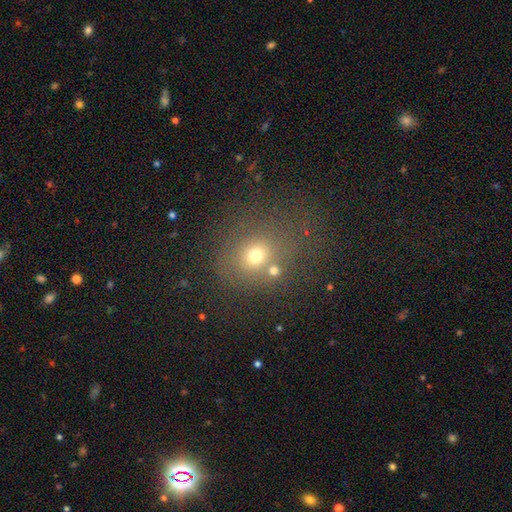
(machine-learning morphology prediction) Q: Smooth or featured?
A: smooth (69%); runner-up: star or artifact (20%)
Q: How rounded?
A: round (71%); runner-up: in between (27%)
Q: Merging?
A: none (65%); runner-up: merger (14%)